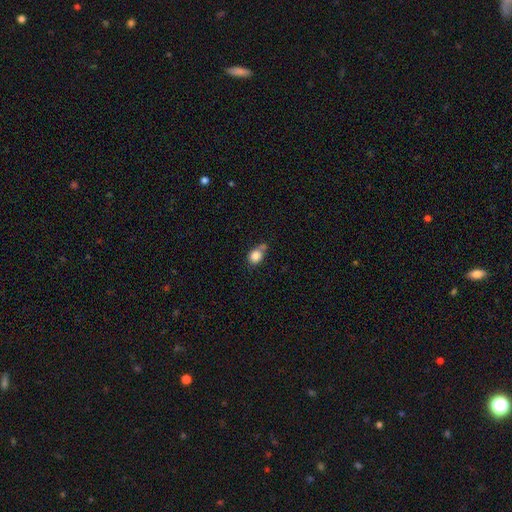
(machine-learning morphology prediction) Smooth or featured?
  - smooth: 83% *
  - star or artifact: 10%
  - featured or disk: 8%
How rounded?
  - round: 58% *
  - in between: 40%
  - cigar-shaped: 1%
Merging?
  - none: 46% *
  - minor disturbance: 25%
  - merger: 21%
  - major disturbance: 8%